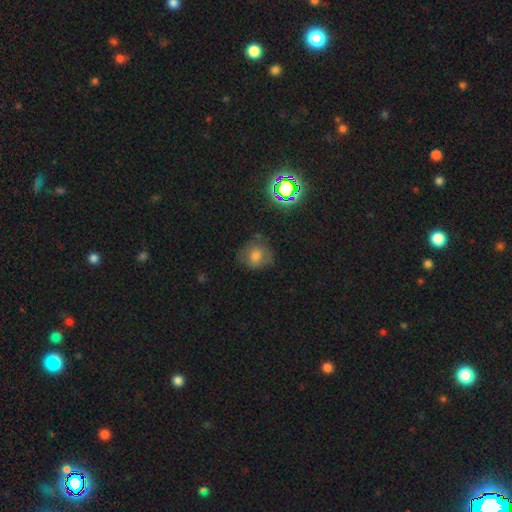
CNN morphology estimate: Smooth or featured: smooth — 65% (featured or disk — 18%)
How rounded: round — 81% (in between — 18%)
Merging: none — 69% (minor disturbance — 21%)